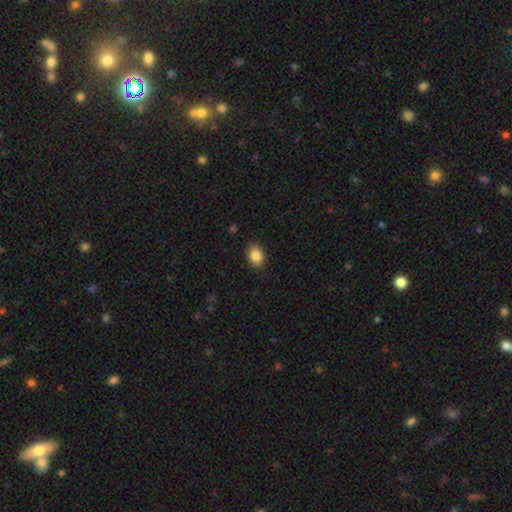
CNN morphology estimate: Overall: smooth (86%). How rounded: in between (68%; round 31%). Merging: none (88%).